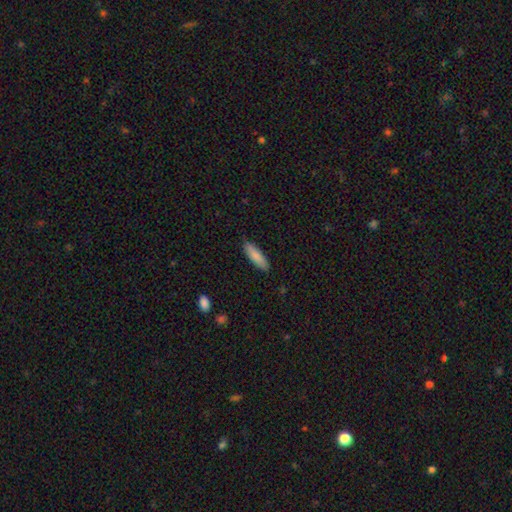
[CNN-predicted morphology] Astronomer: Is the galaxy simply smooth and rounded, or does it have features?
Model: smooth — 85%.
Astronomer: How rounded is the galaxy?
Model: cigar-shaped — 60% (runner-up: in between, 39%).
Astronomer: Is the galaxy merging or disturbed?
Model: none — 87%.